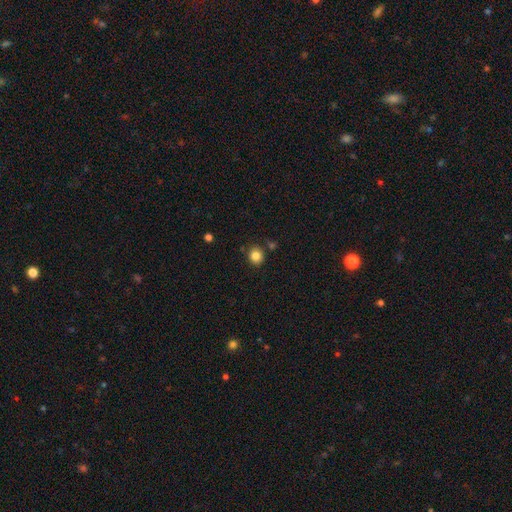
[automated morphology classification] type=smooth (84%); roundness=round (86%); merging=none (85%).